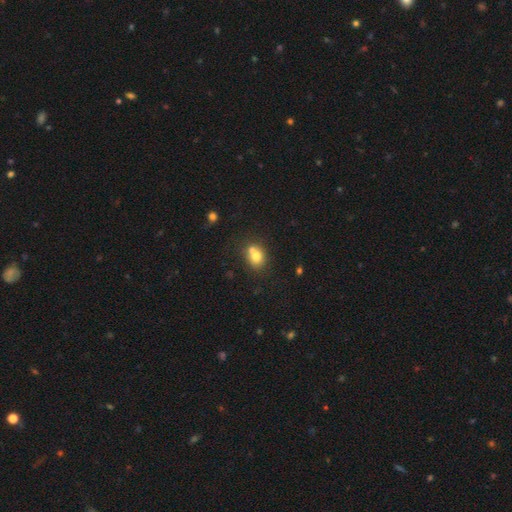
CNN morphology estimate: The model was most divided on "merging": none: 45%, merger: 40%, minor disturbance: 11%, major disturbance: 4%. More confident: smooth or featured — smooth (72%); how rounded — round (60%).